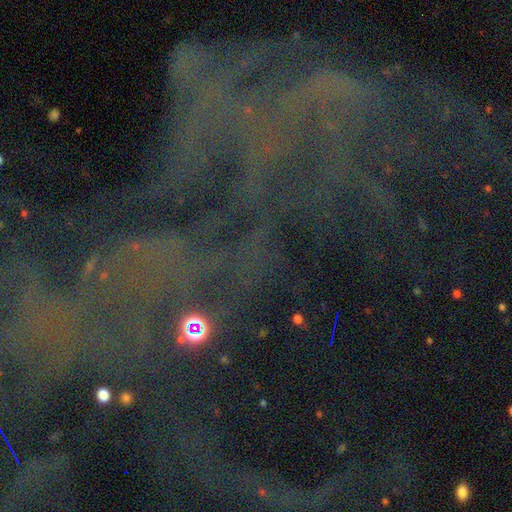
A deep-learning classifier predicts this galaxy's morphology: type=star or artifact (71%).